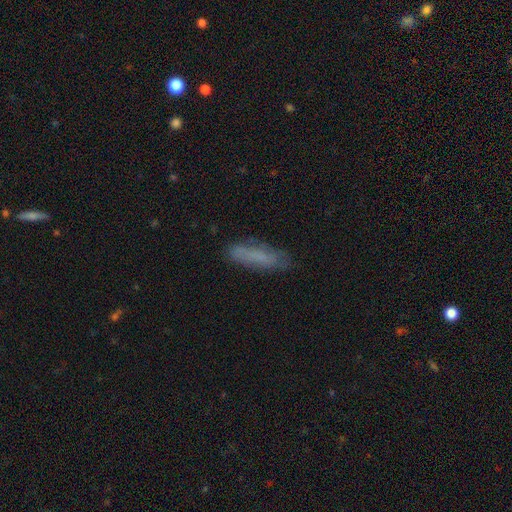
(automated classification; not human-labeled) The model was most divided on "how rounded": cigar-shaped: 71%, in between: 27%, round: 2%. More confident: merging — none (77%); smooth or featured — smooth (69%).